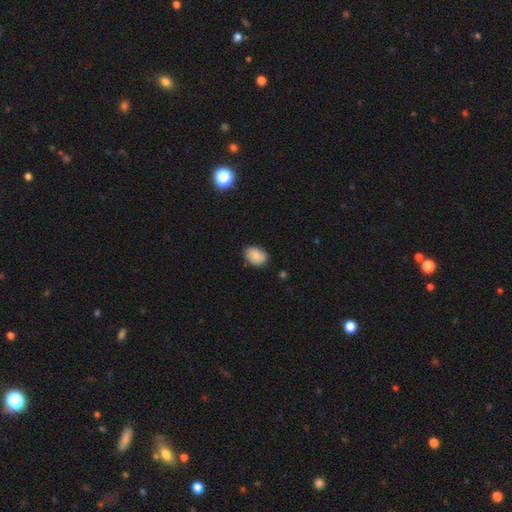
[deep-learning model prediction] smooth 83%, featured or disk 9%, star or artifact 8%. Down the decision tree: how rounded — in between (75%); merging — none (80%).